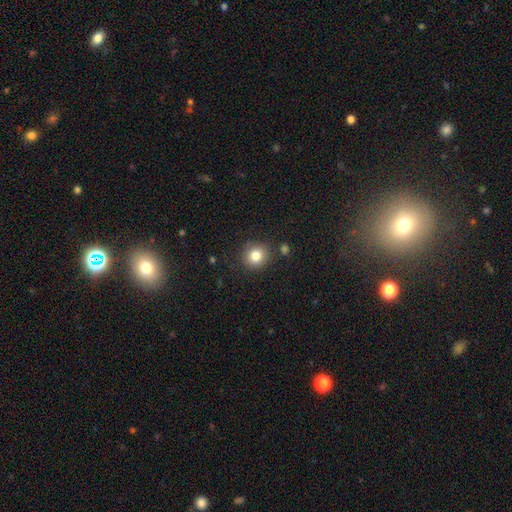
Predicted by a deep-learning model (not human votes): Smooth or featured?
  - smooth: 82% *
  - star or artifact: 11%
  - featured or disk: 7%
How rounded?
  - round: 87% *
  - in between: 12%
  - cigar-shaped: 1%
Merging?
  - none: 84% *
  - minor disturbance: 9%
  - merger: 4%
  - major disturbance: 3%